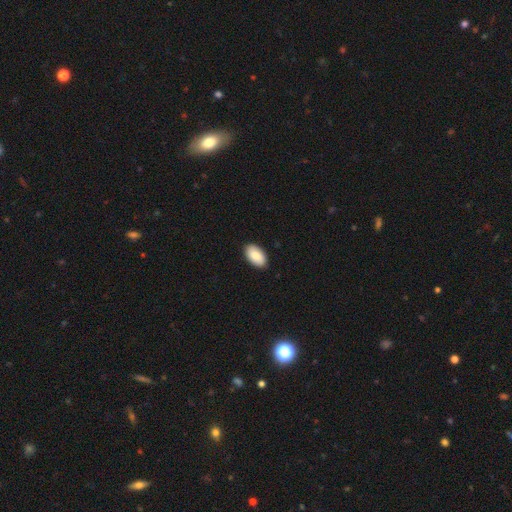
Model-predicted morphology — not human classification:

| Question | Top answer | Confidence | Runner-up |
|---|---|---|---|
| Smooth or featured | smooth | 86% | featured or disk (8%) |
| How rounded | in between | 95% | round (4%) |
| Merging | none | 90% | minor disturbance (7%) |